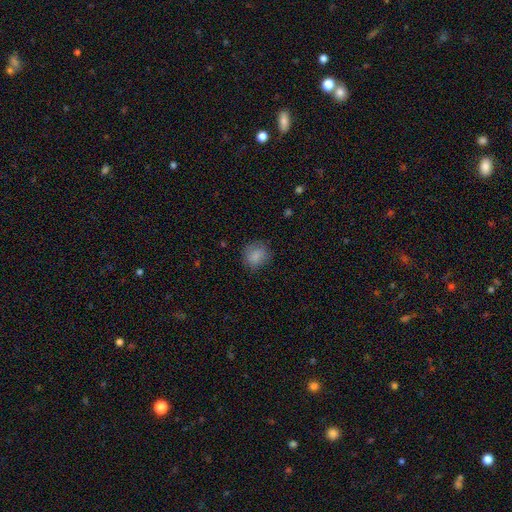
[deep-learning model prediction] A smooth galaxy with no disk features (82%) that is round (72%).

Vote fractions:
- Smooth or featured? smooth: 82% / star or artifact: 9% / featured or disk: 8%
- How rounded? round: 72% / in between: 27% / cigar-shaped: 1%
- Merging? none: 74% / minor disturbance: 18% / major disturbance: 6% / merger: 1%